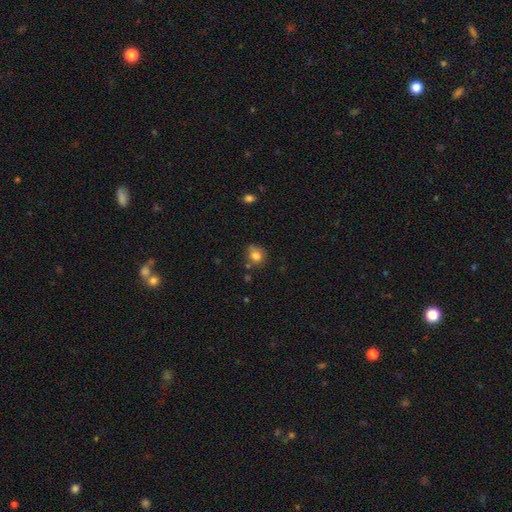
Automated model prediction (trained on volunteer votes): smooth-or-featured: smooth: 80% | star or artifact: 11% | featured or disk: 9%
  how-rounded: round: 70% | in between: 29% | cigar-shaped: 1%
  merging: none: 62% | minor disturbance: 24% | merger: 8% | major disturbance: 6%